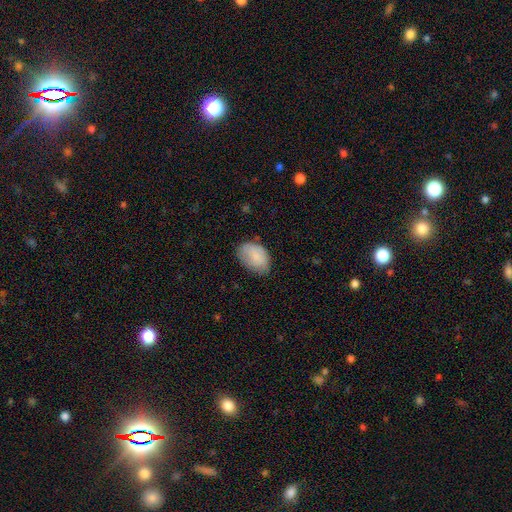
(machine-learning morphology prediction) Smooth or featured?
  - smooth: 79% *
  - featured or disk: 15%
  - star or artifact: 6%
How rounded?
  - in between: 86% *
  - round: 13%
  - cigar-shaped: 1%
Merging?
  - none: 64% *
  - minor disturbance: 29%
  - major disturbance: 6%
  - merger: 1%